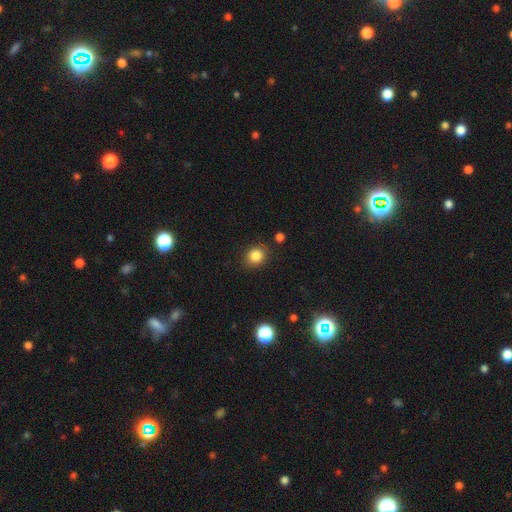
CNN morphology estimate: This appears to be a smooth galaxy with no disk features (84%) that is round (77%). Merging: none (84%).